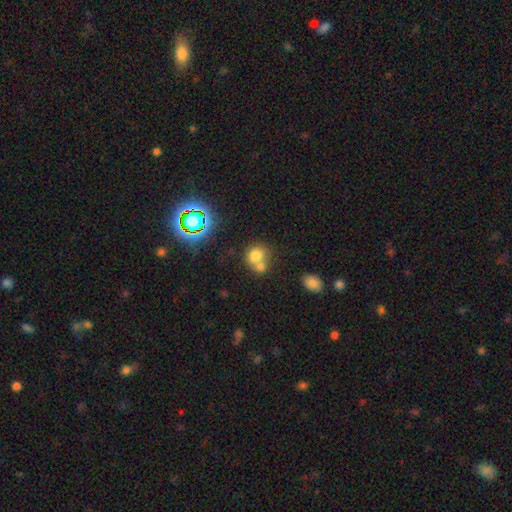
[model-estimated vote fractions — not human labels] Smooth or featured: smooth — 72% (star or artifact — 15%)
How rounded: round — 78% (in between — 21%)
Merging: merger — 50% (none — 38%)